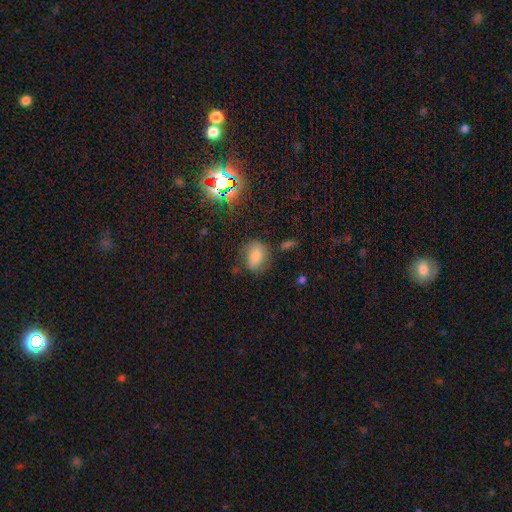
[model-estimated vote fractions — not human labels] This is likely a smooth galaxy (72%). How rounded: likely in between (64%). Merging: likely none (63%).